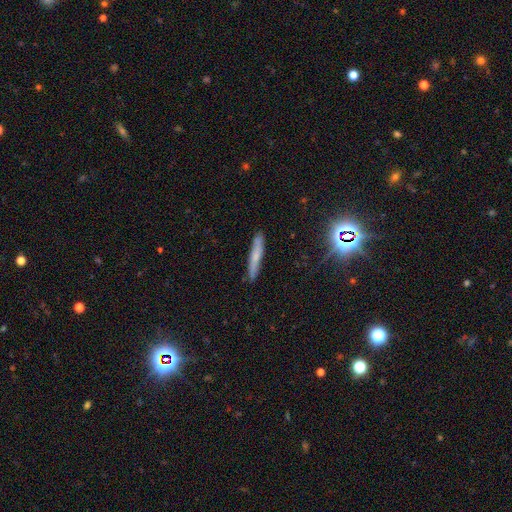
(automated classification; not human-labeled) Morphology: type=smooth (57%); roundness=cigar-shaped (93%); merging=none (86%).